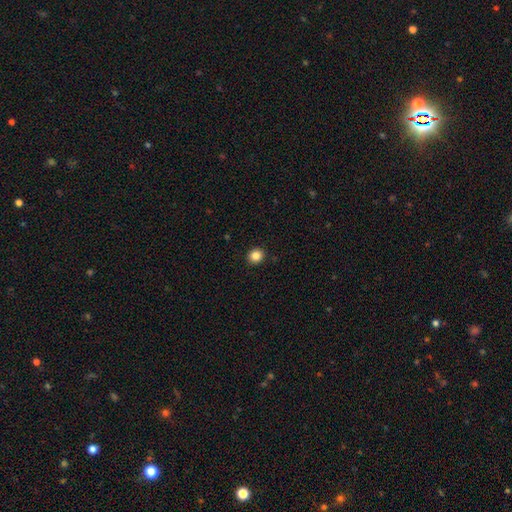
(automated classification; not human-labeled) This is clearly a smooth galaxy (85%). How rounded: clearly round (86%). Merging: clearly none (92%).